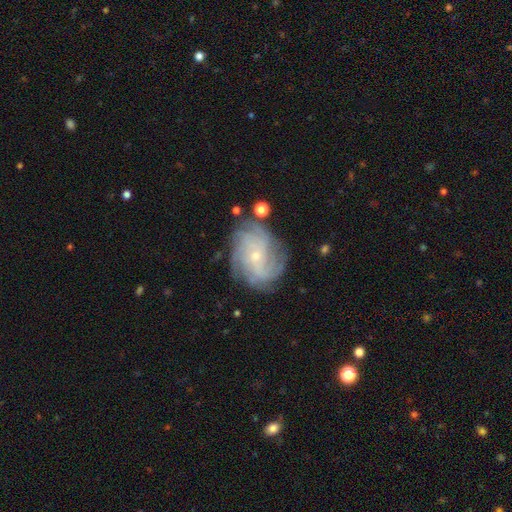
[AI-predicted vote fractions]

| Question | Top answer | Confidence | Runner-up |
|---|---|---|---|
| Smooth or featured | featured or disk | 79% | smooth (12%) |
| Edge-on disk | no | 97% | yes (3%) |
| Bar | no | 70% | weak (25%) |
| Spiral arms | yes | 94% | no (6%) |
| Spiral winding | tight | 53% | medium (34%) |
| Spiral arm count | can't tell | 31% | 4 (25%) |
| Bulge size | small | 80% | moderate (16%) |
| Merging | none | 74% | minor disturbance (16%) |